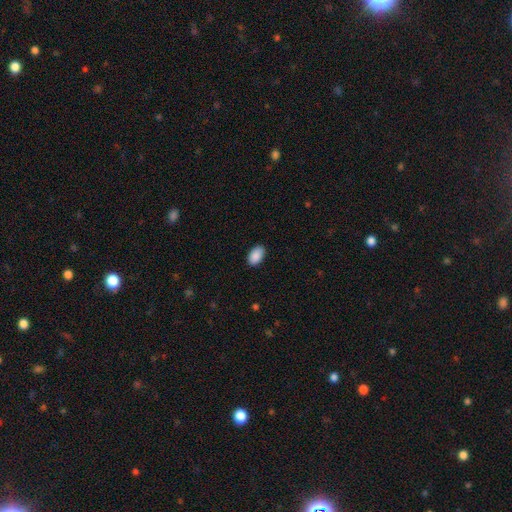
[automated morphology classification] Smooth or featured? smooth (90%)
How rounded? in between (93%)
Merging? none (88%)